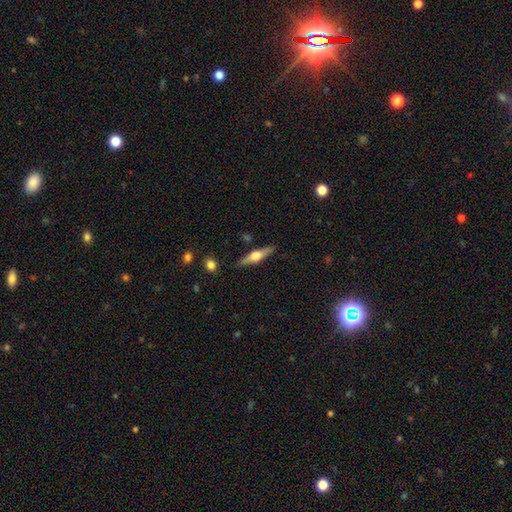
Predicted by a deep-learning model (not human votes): Smooth or featured: featured or disk — 59% (smooth — 35%)
Edge-on disk: yes — 95% (no — 5%)
Edge-on bulge: rounded — 93% (boxy — 5%)
Merging: none — 87% (minor disturbance — 9%)